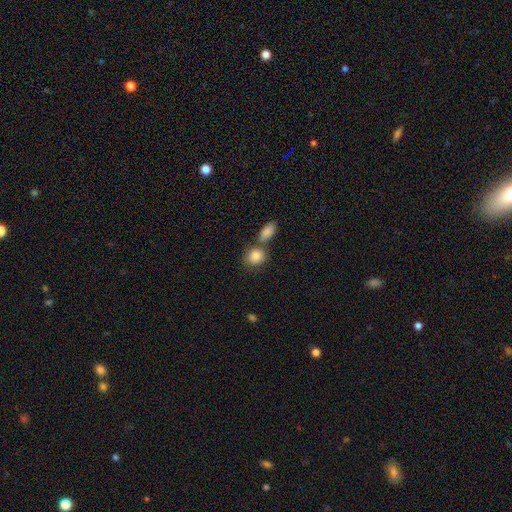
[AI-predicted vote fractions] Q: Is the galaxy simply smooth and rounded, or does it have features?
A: smooth — 86%.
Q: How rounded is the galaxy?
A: round — 65%.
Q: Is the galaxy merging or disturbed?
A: none — 50%.